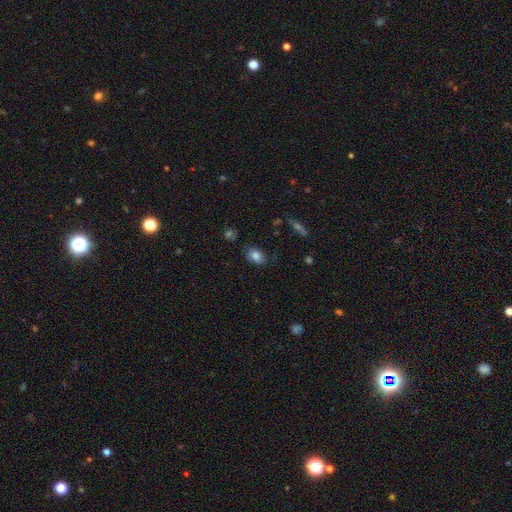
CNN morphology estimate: Smooth or featured? smooth (80%)
How rounded? in between (77%)
Merging? none (72%)